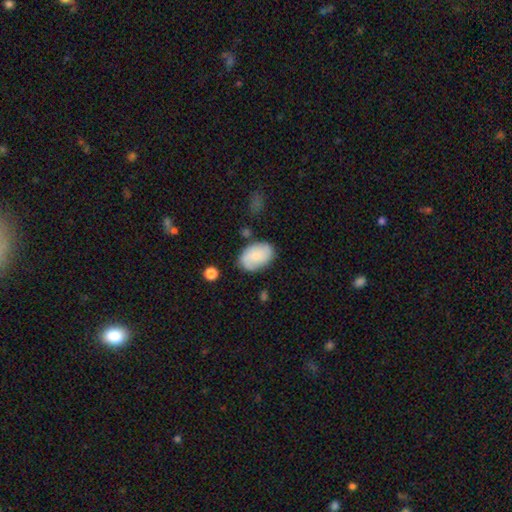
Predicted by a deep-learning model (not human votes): Smooth or featured? Predicted: smooth (p=0.69). How rounded? Predicted: in between (p=0.87). Merging? Predicted: none (p=0.74).